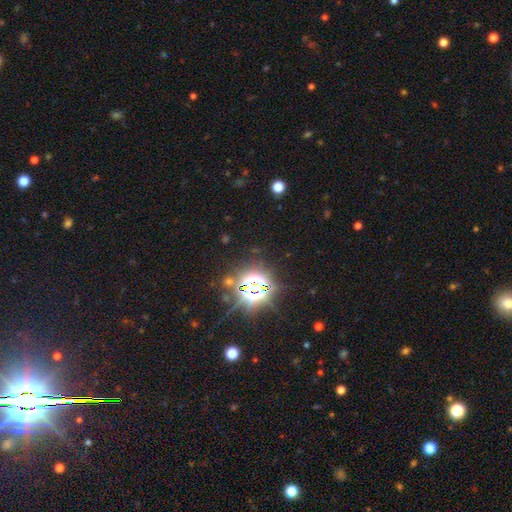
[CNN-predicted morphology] smooth_or_featured: star or artifact (p=0.81) [alt: smooth p=0.11]